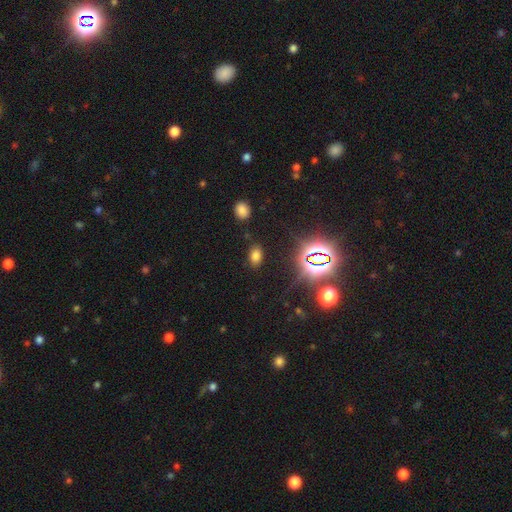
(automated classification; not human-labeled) A smooth galaxy with no disk features (65%) that is in between round and cigar-shaped (87%).

Vote fractions:
- Smooth or featured? smooth: 65% / star or artifact: 28% / featured or disk: 8%
- How rounded? in between: 87% / round: 11% / cigar-shaped: 2%
- Merging? none: 84% / minor disturbance: 10% / major disturbance: 3% / merger: 3%